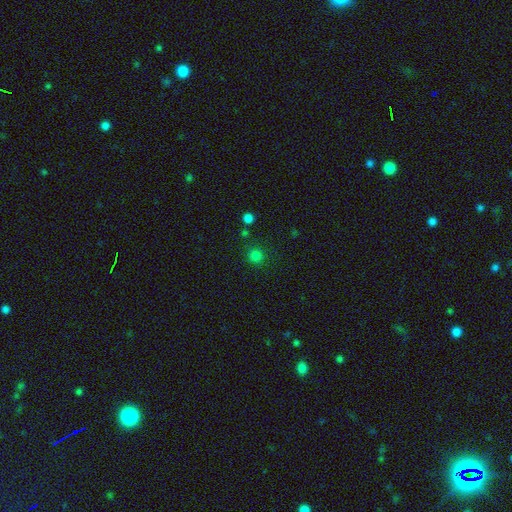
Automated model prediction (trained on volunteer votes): This appears to be a smooth galaxy with no disk features (79%) that is round (92%). Merging: none (86%).